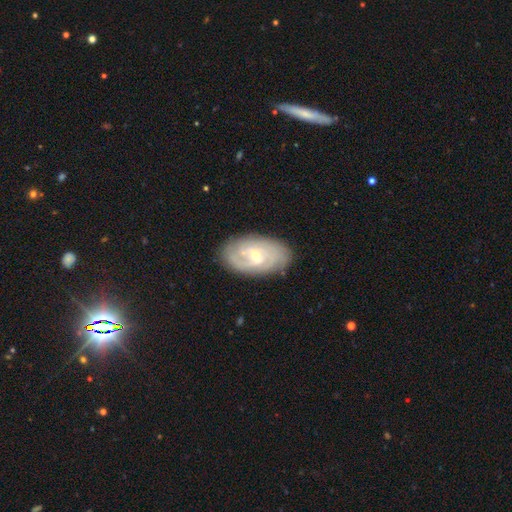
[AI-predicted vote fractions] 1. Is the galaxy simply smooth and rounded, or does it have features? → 73% featured or disk, 21% smooth, 6% star or artifact.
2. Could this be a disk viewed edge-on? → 94% no, 6% yes.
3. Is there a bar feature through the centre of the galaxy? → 47% weak, 43% no, 10% strong.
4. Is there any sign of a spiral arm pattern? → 86% yes, 14% no.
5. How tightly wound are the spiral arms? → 61% tight, 29% medium, 10% loose.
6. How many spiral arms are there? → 42% can't tell, 33% 2, 11% 3, 5% 4, 4% 1, 3% more than 4.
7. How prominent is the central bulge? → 55% small, 42% moderate, 2% large, 1% none, 1% dominant.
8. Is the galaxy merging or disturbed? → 81% none, 14% minor disturbance, 4% major disturbance, 1% merger.